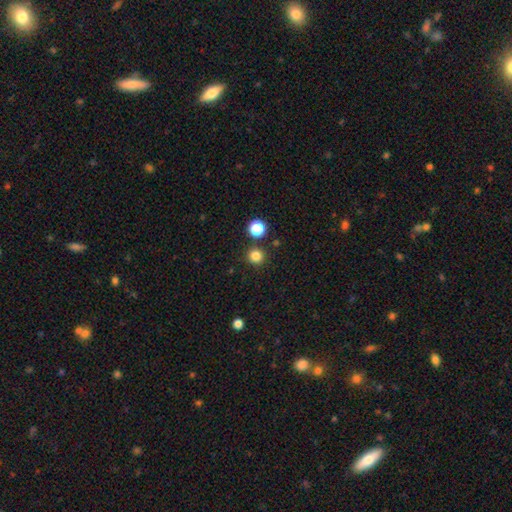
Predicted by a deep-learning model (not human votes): A smooth galaxy with no disk features (82%) that is round (94%).

Vote fractions:
- Smooth or featured? smooth: 82% / star or artifact: 14% / featured or disk: 4%
- How rounded? round: 94% / in between: 5% / cigar-shaped: 1%
- Merging? none: 89% / minor disturbance: 5% / merger: 4% / major disturbance: 2%